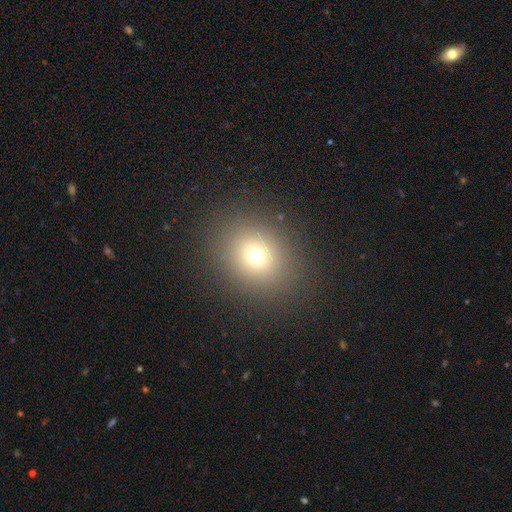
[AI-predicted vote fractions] Smooth or featured? Predicted: smooth (p=0.70). How rounded? Predicted: round (p=0.75). Merging? Predicted: none (p=0.88).